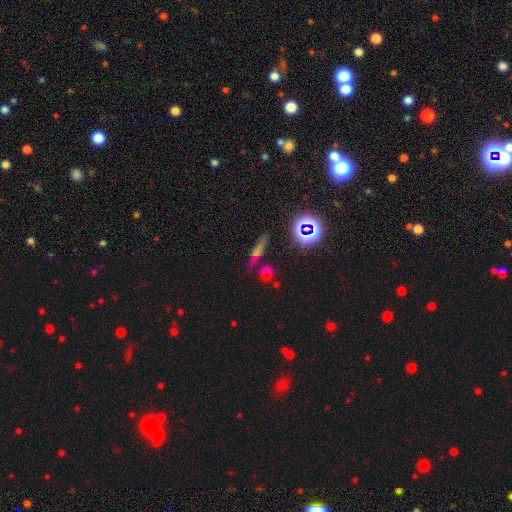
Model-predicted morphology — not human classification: This appears to be a smooth galaxy with no disk features (34%, tied with star or artifact). Merging: none (77%).